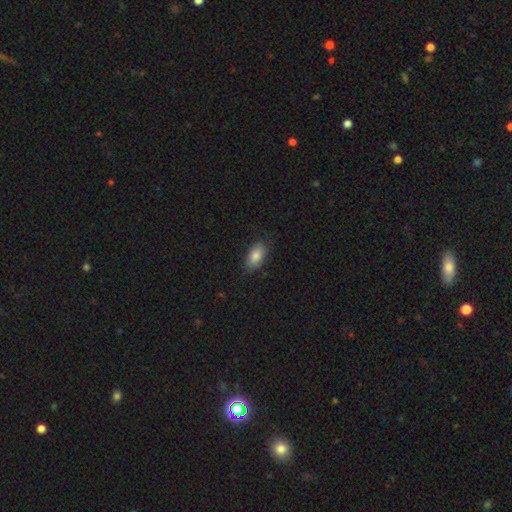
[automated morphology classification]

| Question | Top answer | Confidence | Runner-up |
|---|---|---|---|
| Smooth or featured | smooth | 84% | featured or disk (9%) |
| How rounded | in between | 92% | round (5%) |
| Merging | none | 83% | minor disturbance (13%) |